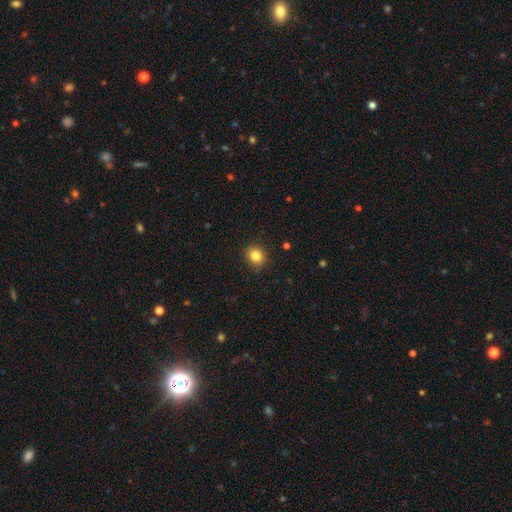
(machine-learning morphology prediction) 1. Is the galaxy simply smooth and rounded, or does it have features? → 84% smooth, 11% star or artifact, 5% featured or disk.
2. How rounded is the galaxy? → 72% round, 27% in between, 1% cigar-shaped.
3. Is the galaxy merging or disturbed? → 89% none, 8% minor disturbance, 2% major disturbance, 1% merger.